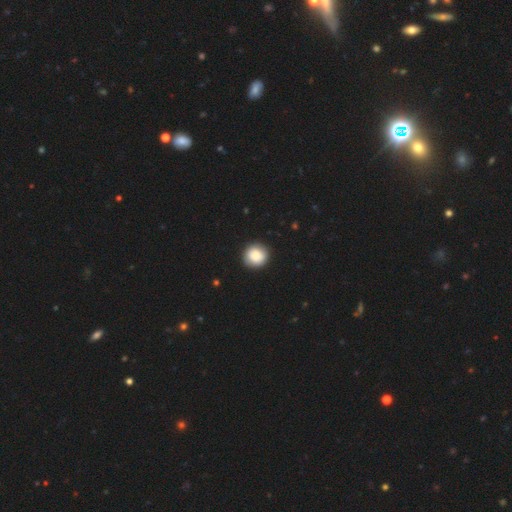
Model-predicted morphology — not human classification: Smooth or featured?
  - smooth: 86% *
  - star or artifact: 7%
  - featured or disk: 7%
How rounded?
  - round: 91% *
  - in between: 8%
  - cigar-shaped: 1%
Merging?
  - none: 89% *
  - minor disturbance: 8%
  - major disturbance: 2%
  - merger: 1%